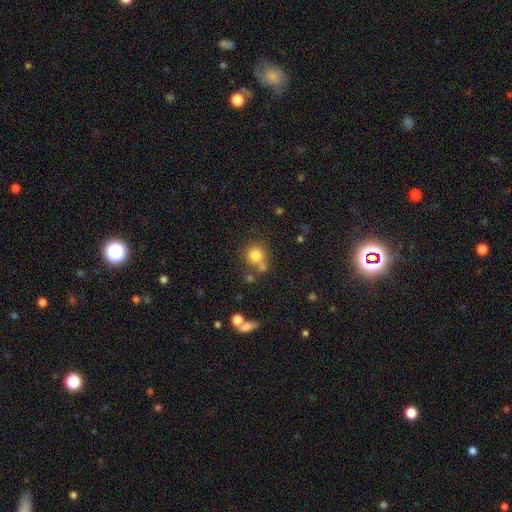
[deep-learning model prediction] smooth-or-featured: smooth: 80% | star or artifact: 12% | featured or disk: 8%
  how-rounded: round: 88% | in between: 11% | cigar-shaped: 1%
  merging: none: 59% | merger: 23% | minor disturbance: 13% | major disturbance: 5%